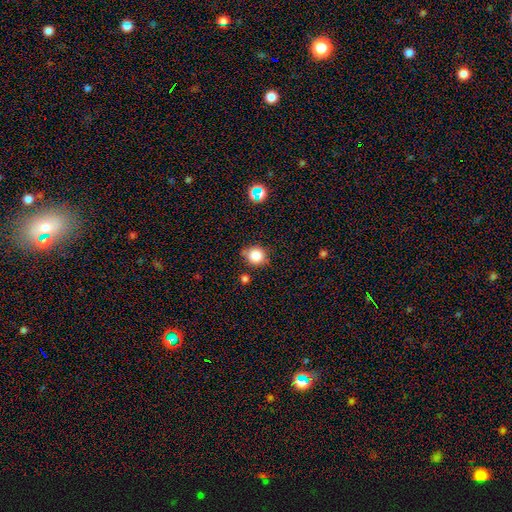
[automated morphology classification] Q: Smooth or featured?
A: smooth (83%); runner-up: star or artifact (12%)
Q: How rounded?
A: round (89%); runner-up: in between (10%)
Q: Merging?
A: none (73%); runner-up: minor disturbance (17%)